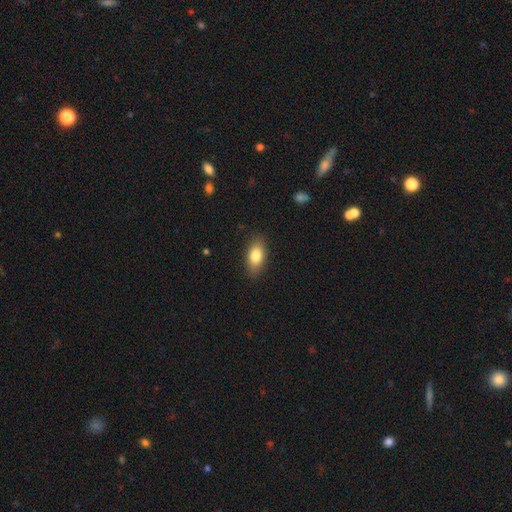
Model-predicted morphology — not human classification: smooth-or-featured: smooth: 82% | featured or disk: 10% | star or artifact: 7%
  how-rounded: in between: 88% | cigar-shaped: 6% | round: 5%
  merging: none: 85% | minor disturbance: 11% | major disturbance: 3% | merger: 1%